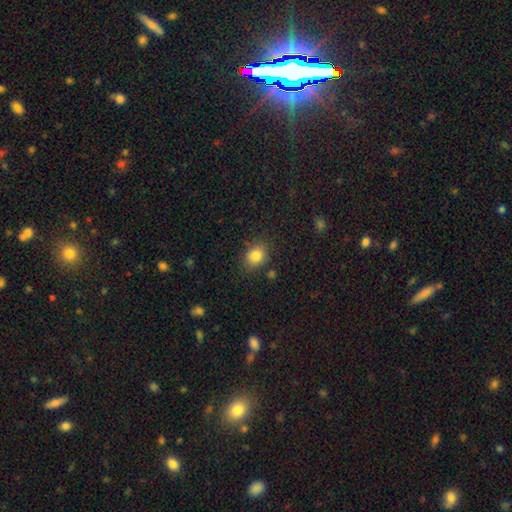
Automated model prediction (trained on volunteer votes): Overall: smooth (83%). How rounded: round (54%; in between 45%). Merging: none (81%).